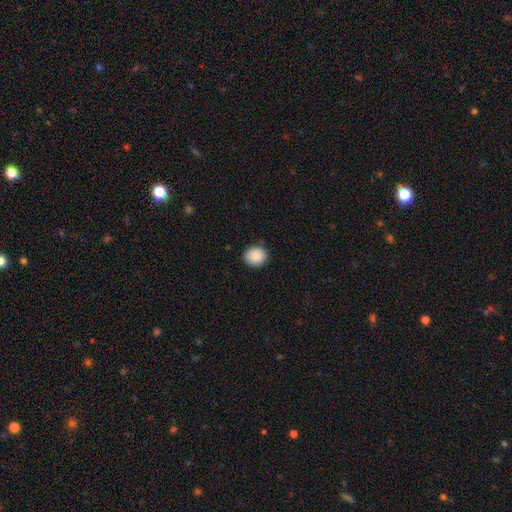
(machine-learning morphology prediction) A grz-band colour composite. It shows a smooth galaxy with no disk features (88%) that is round (82%). Merging: none (88%).